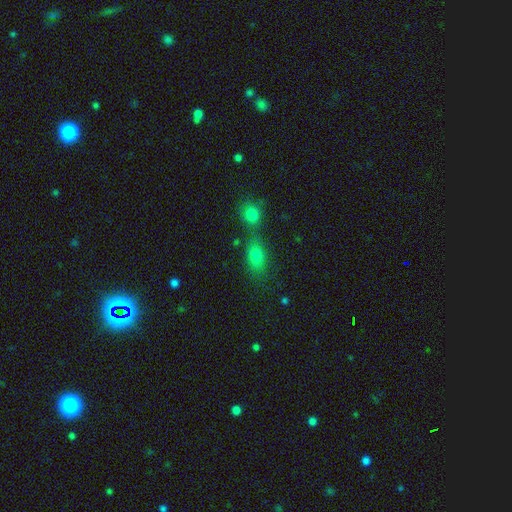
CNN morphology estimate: smooth 77%, star or artifact 13%, featured or disk 10%. Down the decision tree: how rounded — in between (74%); merging — none (52%).